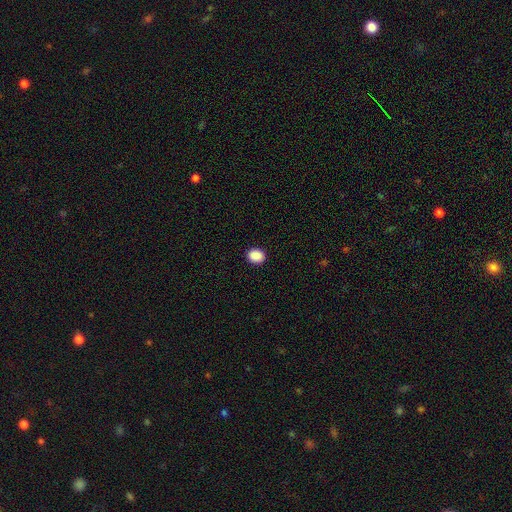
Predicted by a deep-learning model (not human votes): Smooth or featured: smooth — 90% (star or artifact — 8%)
How rounded: round — 59% (in between — 40%)
Merging: none — 92% (minor disturbance — 5%)